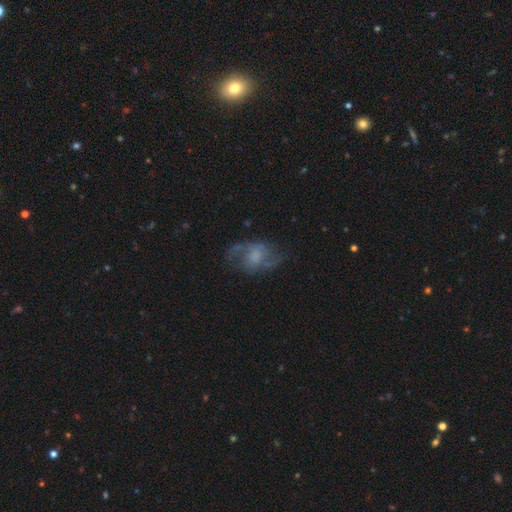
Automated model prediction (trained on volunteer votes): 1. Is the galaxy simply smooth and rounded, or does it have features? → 64% featured or disk, 26% smooth, 9% star or artifact.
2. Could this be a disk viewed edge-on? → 96% no, 4% yes.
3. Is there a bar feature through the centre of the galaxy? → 65% no, 30% weak, 5% strong.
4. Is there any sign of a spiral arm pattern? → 76% yes, 24% no.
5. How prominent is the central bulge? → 31% moderate, 27% none, 24% small, 15% large, 2% dominant.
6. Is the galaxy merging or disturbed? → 58% none, 21% minor disturbance, 19% major disturbance, 2% merger.